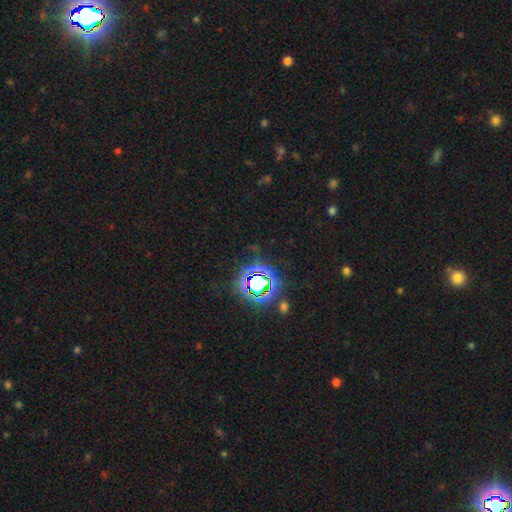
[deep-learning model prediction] The model was most divided on "smooth or featured": star or artifact: 79%, smooth: 14%, featured or disk: 7%.